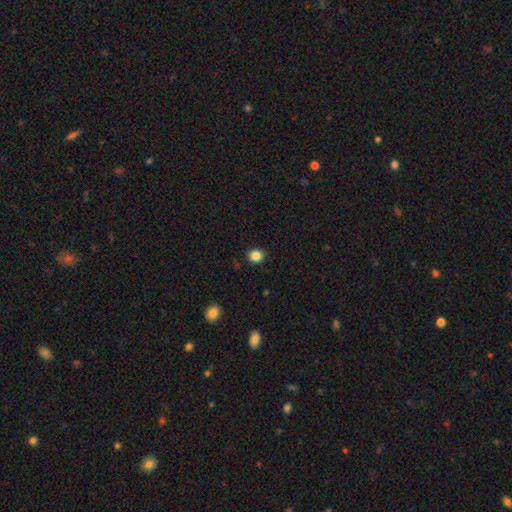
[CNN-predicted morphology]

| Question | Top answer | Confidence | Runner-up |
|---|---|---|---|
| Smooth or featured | smooth | 85% | star or artifact (11%) |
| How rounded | round | 88% | in between (11%) |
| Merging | none | 92% | minor disturbance (6%) |